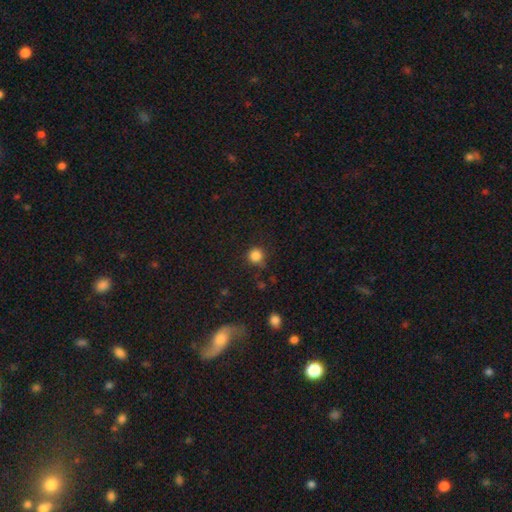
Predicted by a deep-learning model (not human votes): smooth_or_featured: smooth (p=0.84) [alt: star or artifact p=0.12]
how_rounded: round (p=0.92) [alt: in between p=0.07]
merging: none (p=0.80) [alt: minor disturbance p=0.14]